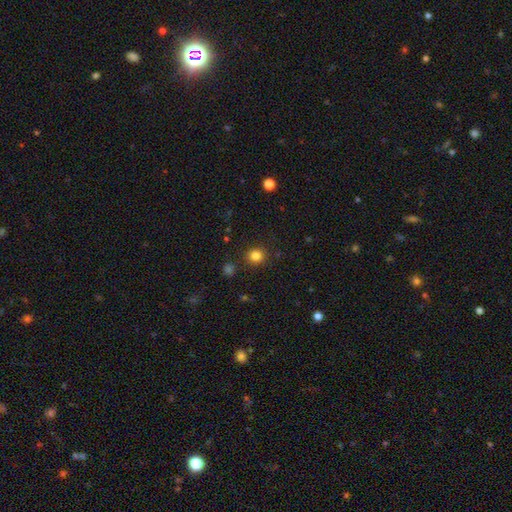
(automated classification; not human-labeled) Smooth or featured?
  - smooth: 83% *
  - star or artifact: 13%
  - featured or disk: 4%
How rounded?
  - round: 91% *
  - in between: 9%
  - cigar-shaped: 1%
Merging?
  - none: 89% *
  - minor disturbance: 6%
  - major disturbance: 2%
  - merger: 2%